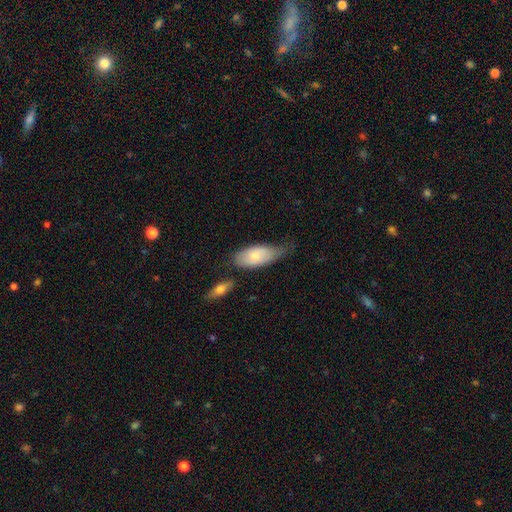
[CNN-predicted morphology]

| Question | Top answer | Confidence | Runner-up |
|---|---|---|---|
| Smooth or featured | smooth | 72% | featured or disk (22%) |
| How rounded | in between | 88% | cigar-shaped (9%) |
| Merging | none | 44% | minor disturbance (36%) |